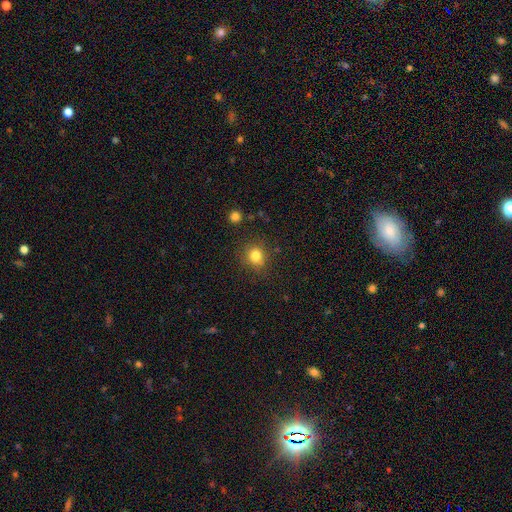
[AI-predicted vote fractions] A smooth galaxy with no disk features (81%) that is round (80%). Merging: none (82%).